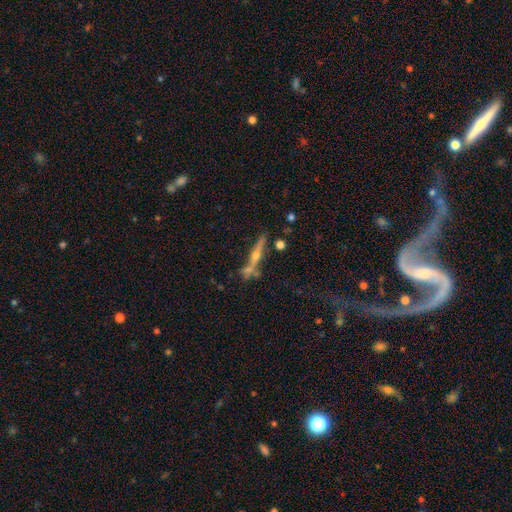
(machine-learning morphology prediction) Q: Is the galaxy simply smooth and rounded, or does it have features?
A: featured or disk — 73%.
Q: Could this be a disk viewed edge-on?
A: yes — 94%.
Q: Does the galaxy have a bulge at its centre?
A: rounded — 91%.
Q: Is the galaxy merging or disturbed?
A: none — 67%.